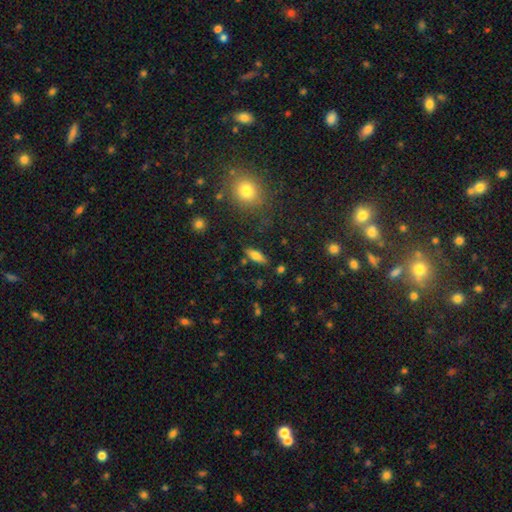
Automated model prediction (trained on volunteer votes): This appears to be a smooth galaxy with no disk features (66%) that is in between round and cigar-shaped (62%). Merging: none (83%).